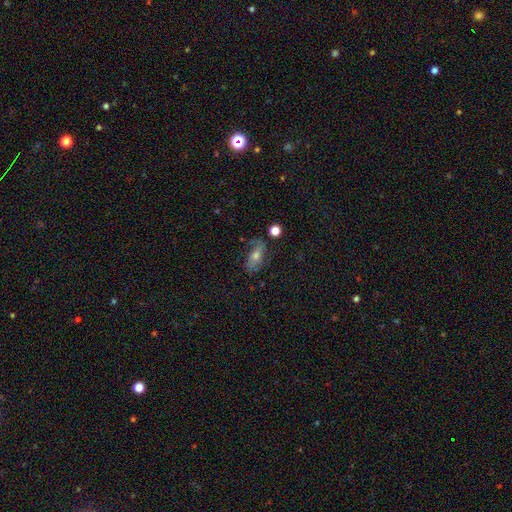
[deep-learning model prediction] Q: Smooth or featured?
A: featured or disk (53%); runner-up: smooth (34%)
Q: Edge-on disk?
A: no (85%); runner-up: yes (15%)
Q: Merging?
A: none (57%); runner-up: minor disturbance (24%)